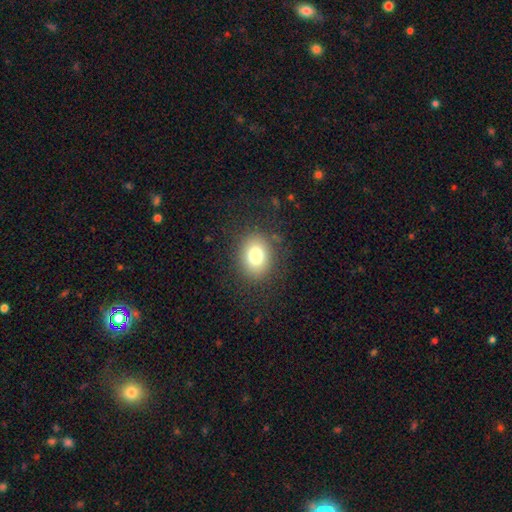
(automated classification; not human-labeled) The model was most divided on "how rounded": round: 50%, in between: 49%, cigar-shaped: 1%. More confident: merging — none (85%); smooth or featured — smooth (78%).